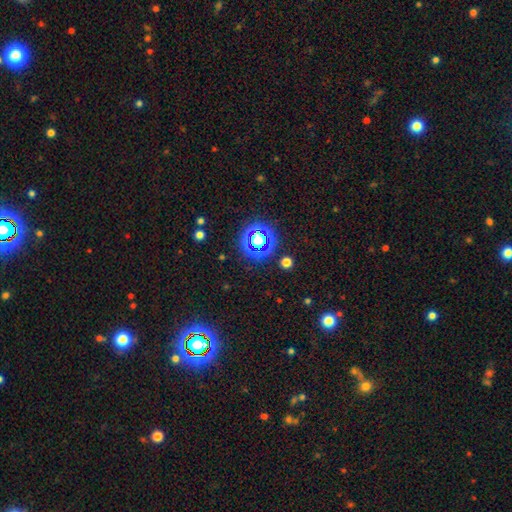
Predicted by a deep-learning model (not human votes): Smooth or featured: star or artifact — 77% (smooth — 17%)